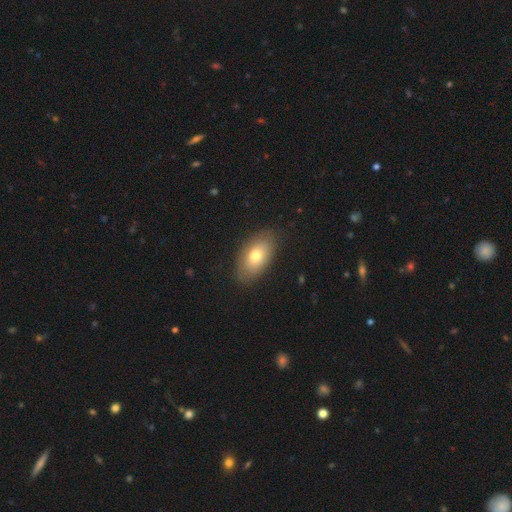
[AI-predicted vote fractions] Q: Smooth or featured?
A: smooth (73%); runner-up: featured or disk (19%)
Q: How rounded?
A: in between (91%); runner-up: round (7%)
Q: Merging?
A: none (83%); runner-up: minor disturbance (12%)